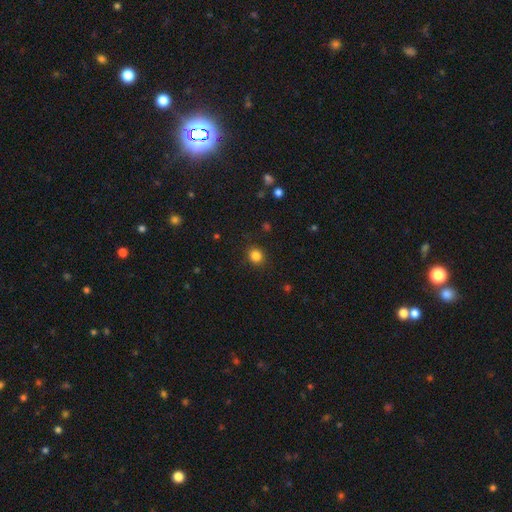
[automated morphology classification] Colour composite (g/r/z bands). It shows a smooth galaxy with no disk features (84%) that is round (84%). Merging: none (89%).